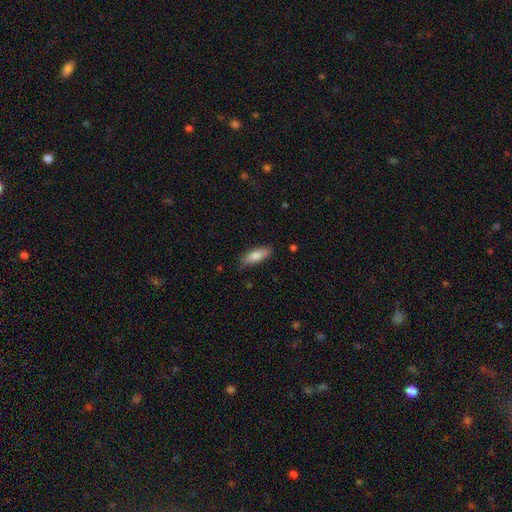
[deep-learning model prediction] smooth 81%, featured or disk 13%, star or artifact 6%. Down the decision tree: how rounded — in between (66%); merging — none (80%).